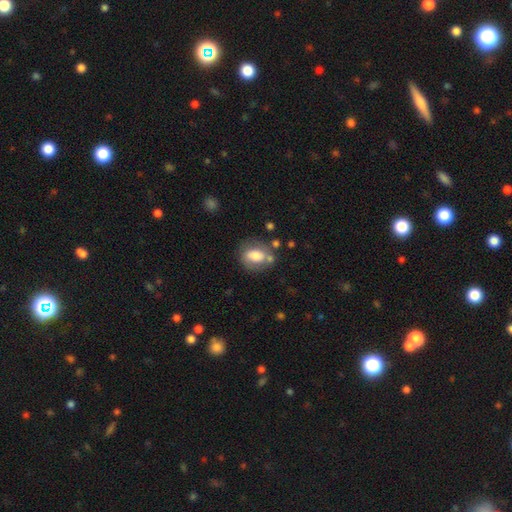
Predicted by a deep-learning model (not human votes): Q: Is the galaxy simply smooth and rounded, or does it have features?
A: smooth — 69%.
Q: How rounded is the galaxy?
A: in between — 63%.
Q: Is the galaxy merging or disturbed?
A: none — 59%.